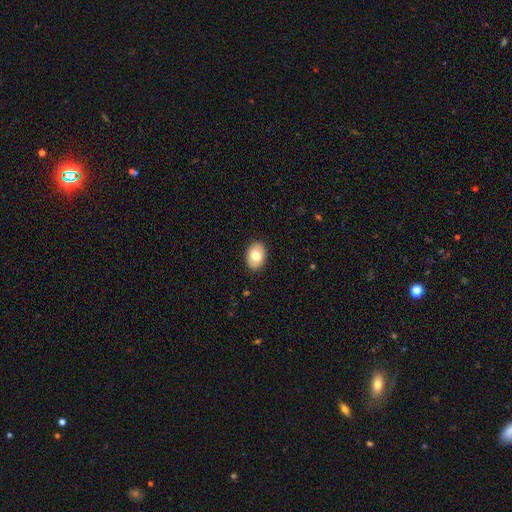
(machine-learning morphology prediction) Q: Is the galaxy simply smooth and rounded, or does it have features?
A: smooth — 78%.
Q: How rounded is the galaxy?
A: in between — 80%.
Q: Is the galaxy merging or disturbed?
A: none — 89%.